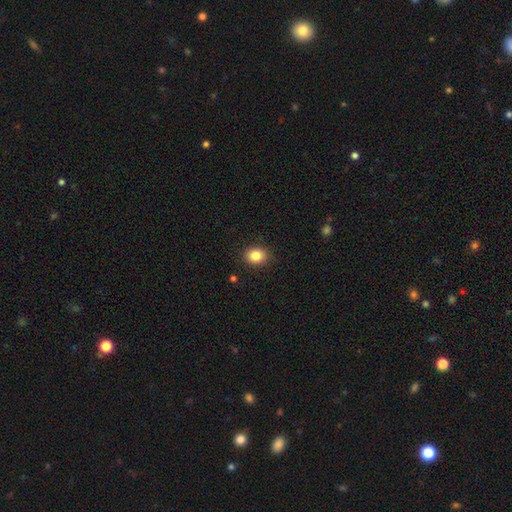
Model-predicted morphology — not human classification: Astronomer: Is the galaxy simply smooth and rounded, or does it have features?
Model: smooth — 85%.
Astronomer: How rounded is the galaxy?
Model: round — 55% (runner-up: in between, 45%).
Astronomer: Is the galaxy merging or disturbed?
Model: none — 88%.